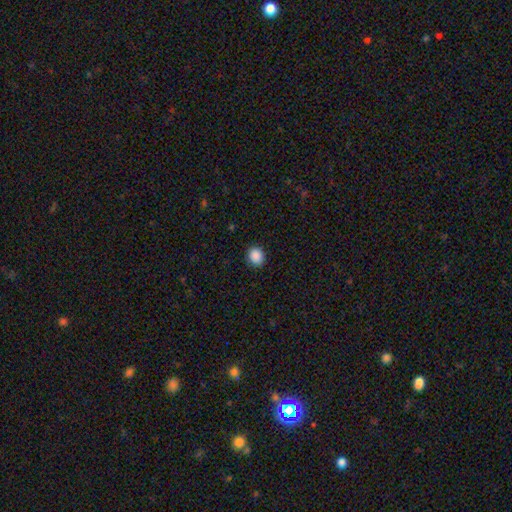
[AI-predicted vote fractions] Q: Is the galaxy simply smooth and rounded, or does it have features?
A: smooth — 89%.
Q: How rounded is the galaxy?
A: round — 68%.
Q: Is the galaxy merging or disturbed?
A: none — 90%.